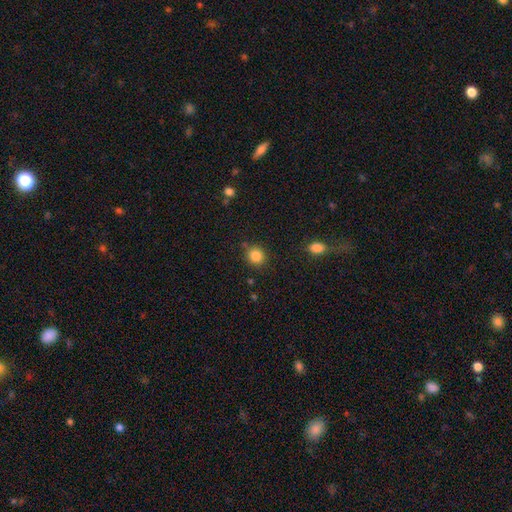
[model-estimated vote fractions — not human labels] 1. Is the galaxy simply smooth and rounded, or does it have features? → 85% smooth, 11% star or artifact, 5% featured or disk.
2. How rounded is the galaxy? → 86% round, 13% in between, 1% cigar-shaped.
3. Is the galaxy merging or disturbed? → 83% none, 10% minor disturbance, 4% merger, 3% major disturbance.